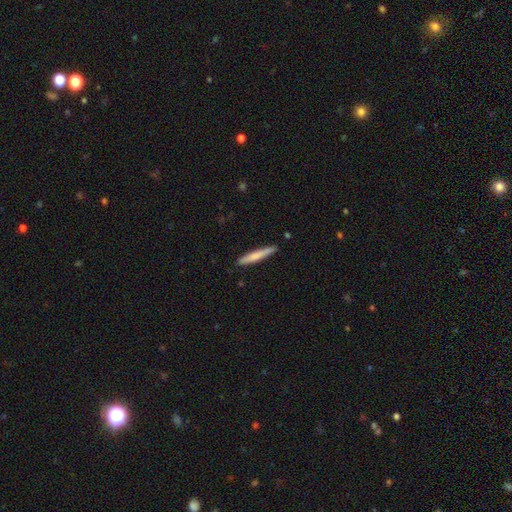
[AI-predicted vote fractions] smooth-or-featured: smooth: 71% | featured or disk: 24% | star or artifact: 5%
  how-rounded: cigar-shaped: 95% | in between: 4% | round: 1%
  merging: none: 89% | minor disturbance: 8% | major disturbance: 1% | merger: 1%